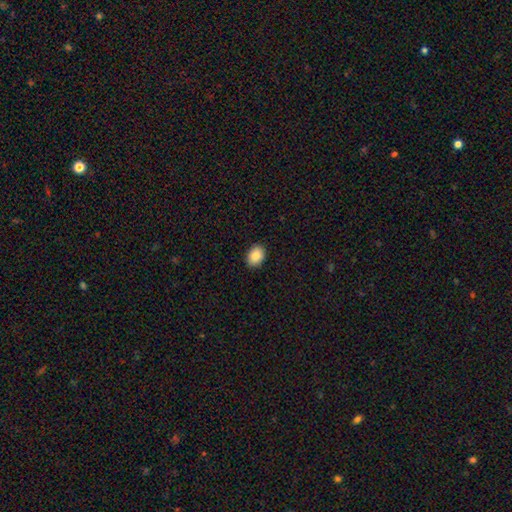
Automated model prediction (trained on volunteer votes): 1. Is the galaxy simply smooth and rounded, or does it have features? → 88% smooth, 8% star or artifact, 4% featured or disk.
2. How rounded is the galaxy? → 70% in between, 29% round, 1% cigar-shaped.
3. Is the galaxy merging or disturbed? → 91% none, 7% minor disturbance, 2% major disturbance, 1% merger.